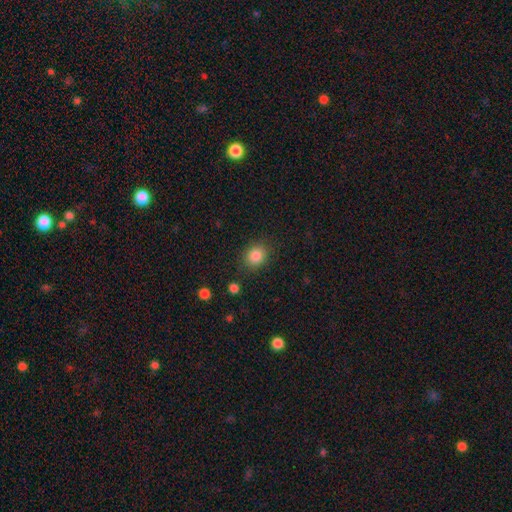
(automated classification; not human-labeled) The model was most divided on "how rounded": round: 69%, in between: 31%, cigar-shaped: 1%. More confident: smooth or featured — smooth (85%); merging — none (85%).